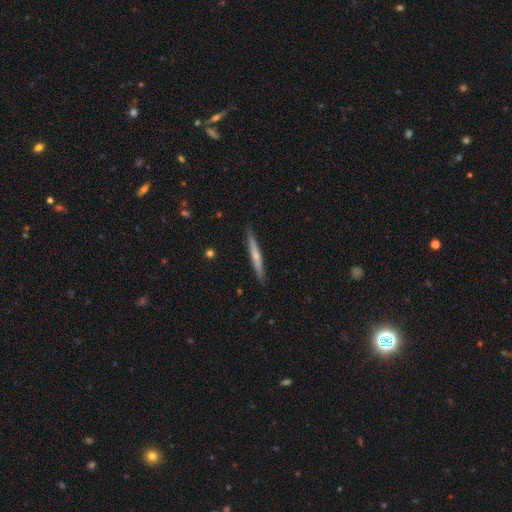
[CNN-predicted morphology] smooth 49%, featured or disk 46%, star or artifact 6%. Down the decision tree: merging — none (89%).